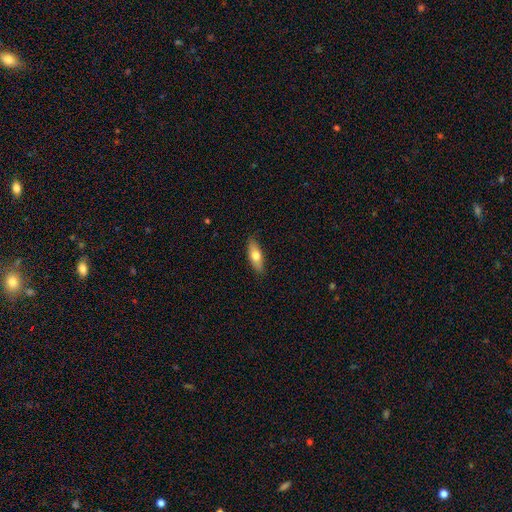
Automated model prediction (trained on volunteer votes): A smooth galaxy with no disk features (67%) that is in between round and cigar-shaped (66%). Merging: none (88%).